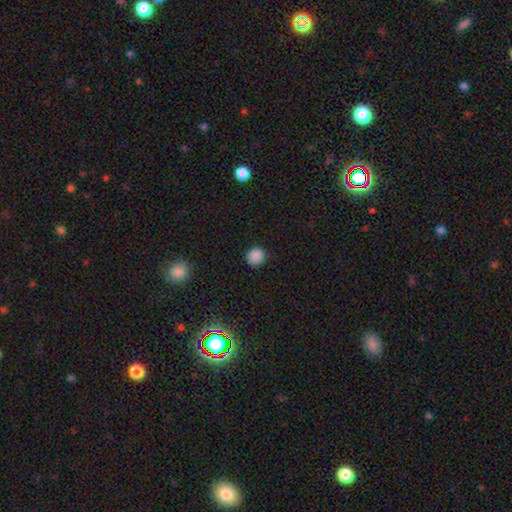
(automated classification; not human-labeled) Smooth or featured? Predicted: smooth (p=0.86). How rounded? Predicted: round (p=0.85). Merging? Predicted: none (p=0.87).